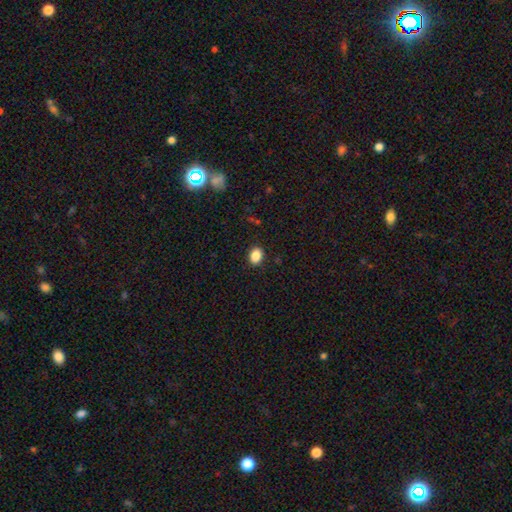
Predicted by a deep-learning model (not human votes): Q: Smooth or featured?
A: smooth (87%); runner-up: star or artifact (10%)
Q: How rounded?
A: in between (66%); runner-up: round (33%)
Q: Merging?
A: none (89%); runner-up: minor disturbance (8%)